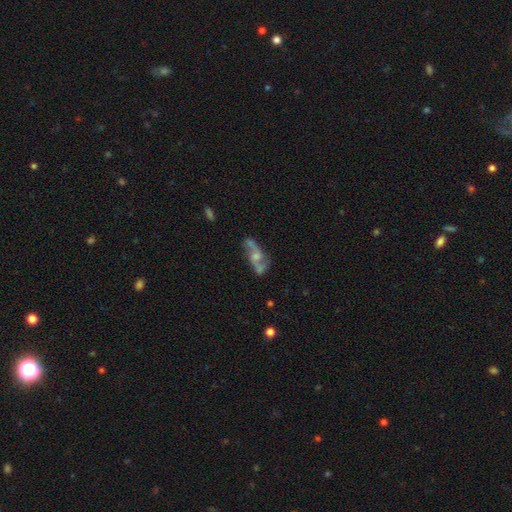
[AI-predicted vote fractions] Morphology: type=featured or disk (76%); edge-on=no (91%); bar=no (58%); spiral arms=yes (83%); winding=loose (66%); arm count=2 (87%); bulge=moderate (44%); merging=none (58%).